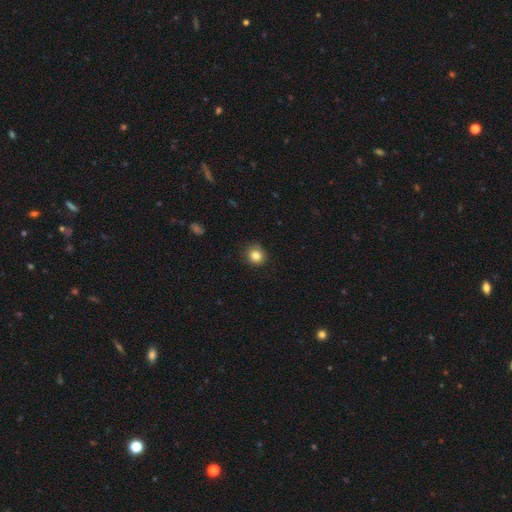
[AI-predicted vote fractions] Smooth or featured: smooth — 83% (star or artifact — 11%)
How rounded: round — 87% (in between — 12%)
Merging: none — 89% (minor disturbance — 8%)